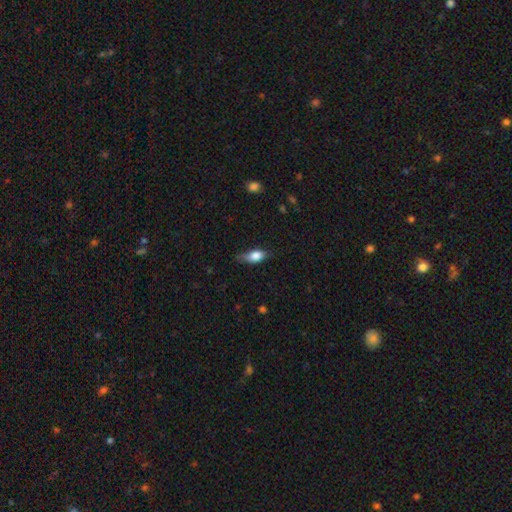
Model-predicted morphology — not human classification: A smooth galaxy with no disk features (75%) that is in between round and cigar-shaped (80%).

Vote fractions:
- Smooth or featured? smooth: 75% / featured or disk: 18% / star or artifact: 7%
- How rounded? in between: 80% / cigar-shaped: 14% / round: 6%
- Merging? none: 59% / minor disturbance: 32% / major disturbance: 7% / merger: 2%